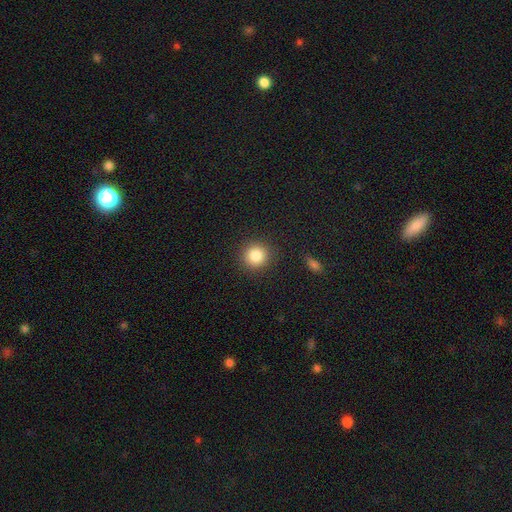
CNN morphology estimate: Smooth or featured?
  - smooth: 86% *
  - star or artifact: 10%
  - featured or disk: 4%
How rounded?
  - round: 92% *
  - in between: 7%
  - cigar-shaped: 1%
Merging?
  - none: 90% *
  - minor disturbance: 6%
  - major disturbance: 3%
  - merger: 1%